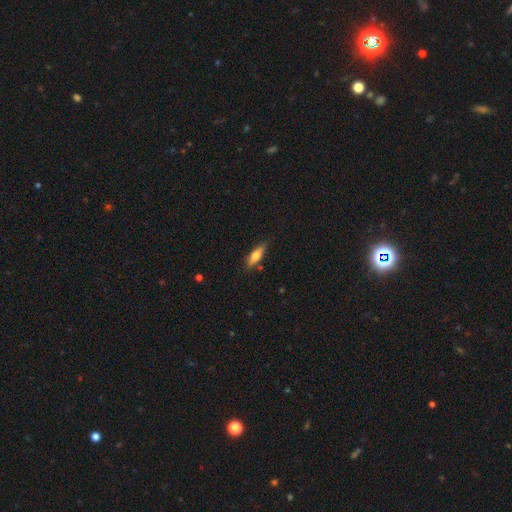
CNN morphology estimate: smooth_or_featured: smooth (p=0.67) [alt: featured or disk p=0.26]
how_rounded: in between (p=0.50) [alt: cigar-shaped p=0.48]
merging: none (p=0.80) [alt: minor disturbance p=0.15]